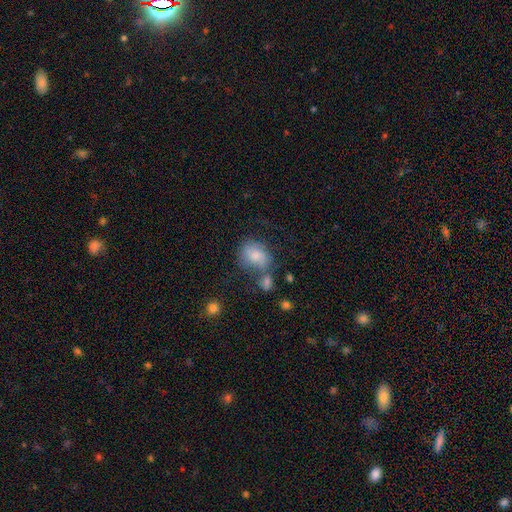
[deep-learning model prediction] smooth 70%, featured or disk 21%, star or artifact 9%. Down the decision tree: how rounded — in between (59%); merging — none (41%).